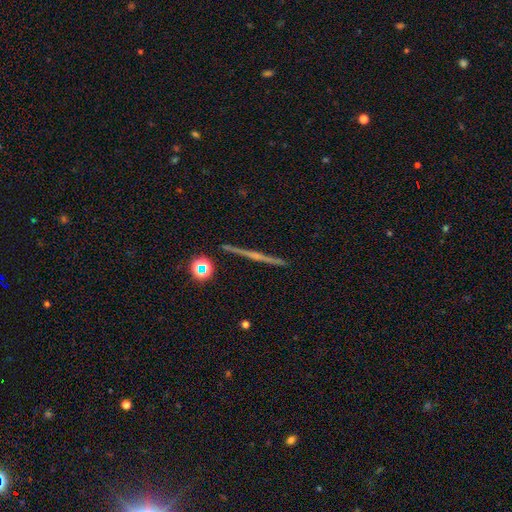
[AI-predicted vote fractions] Overall: featured or disk (71%). Edge-on disk: yes (98%). Edge-on bulge: rounded (49%; none 43%). Merging: none (92%).